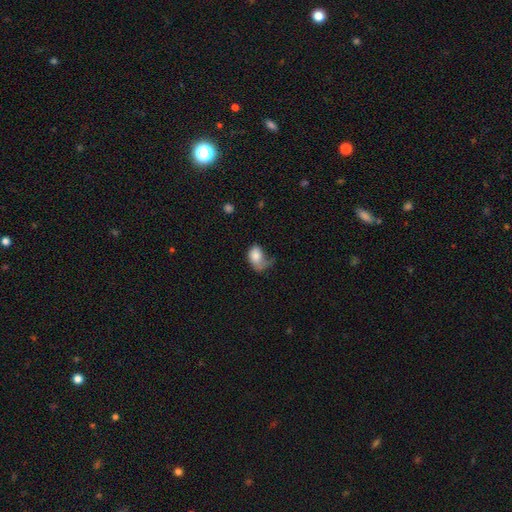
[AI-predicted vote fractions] smooth_or_featured: smooth (p=0.74) [alt: featured or disk p=0.19]
how_rounded: in between (p=0.82) [alt: round p=0.17]
merging: major disturbance (p=0.46) [alt: minor disturbance p=0.26]